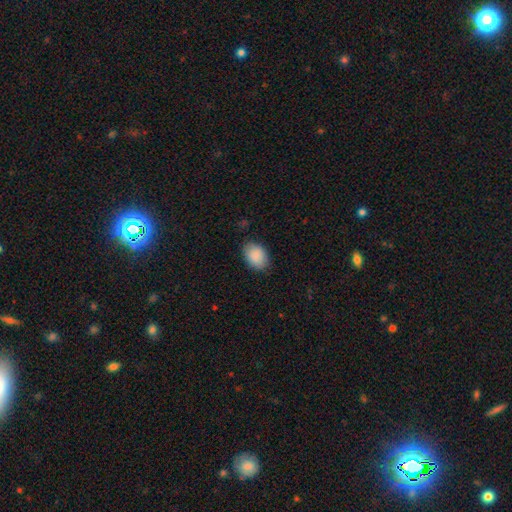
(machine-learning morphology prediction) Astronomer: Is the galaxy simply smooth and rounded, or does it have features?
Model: smooth — 90%.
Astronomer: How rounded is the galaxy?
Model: in between — 79%.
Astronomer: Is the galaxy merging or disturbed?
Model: none — 83%.